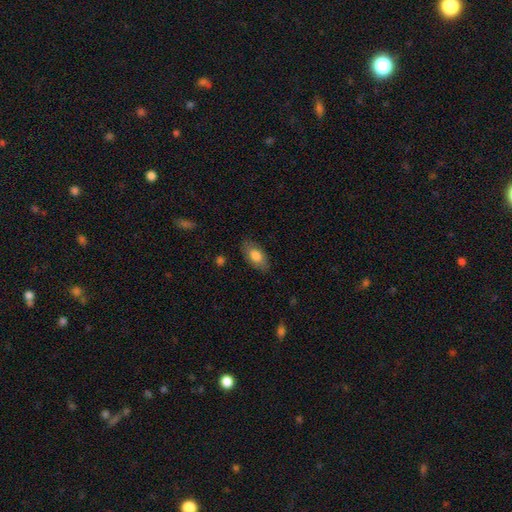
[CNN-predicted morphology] type=smooth (79%); roundness=in between (92%); merging=none (83%).